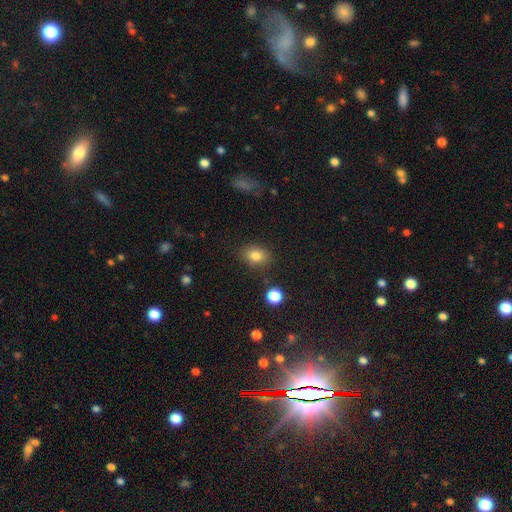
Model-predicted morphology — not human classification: A smooth galaxy with no disk features (83%) that is in between round and cigar-shaped (63%). Merging: none (82%).